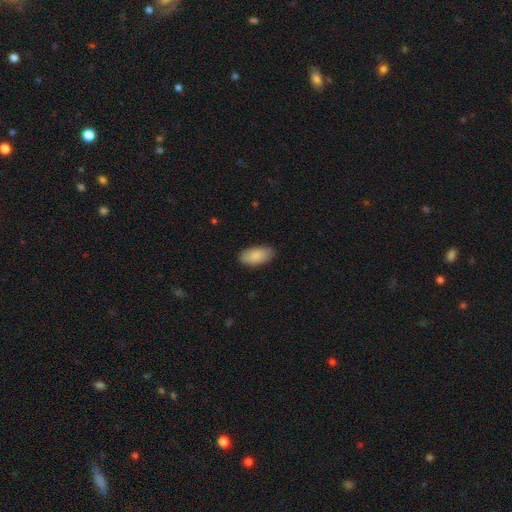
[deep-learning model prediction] A smooth galaxy with no disk features (87%) that is in between round and cigar-shaped (94%). Merging: none (86%).